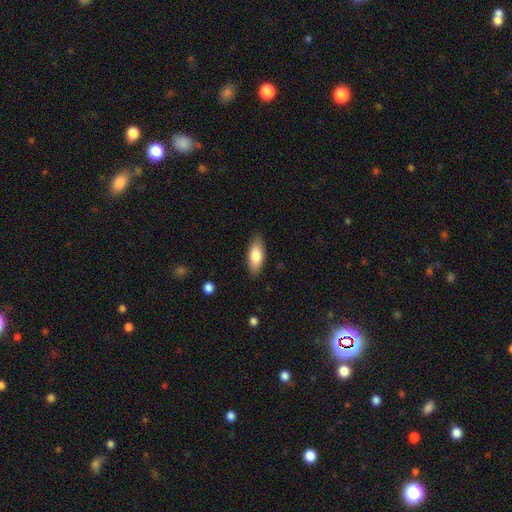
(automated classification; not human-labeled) smooth 80%, featured or disk 14%, star or artifact 6%. Down the decision tree: how rounded — in between (81%); merging — none (86%).